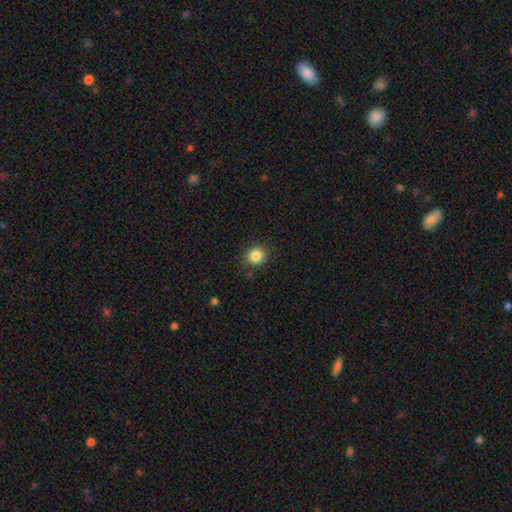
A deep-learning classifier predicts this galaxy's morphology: Smooth or featured? Predicted: smooth (p=0.85). How rounded? Predicted: round (p=0.84). Merging? Predicted: none (p=0.87).